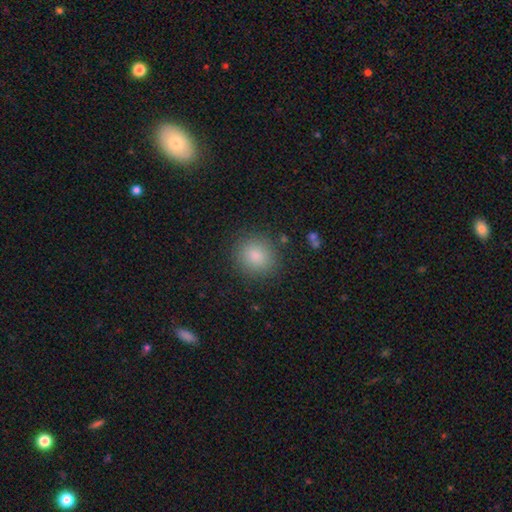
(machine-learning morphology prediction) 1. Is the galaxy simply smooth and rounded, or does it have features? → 85% smooth, 9% star or artifact, 6% featured or disk.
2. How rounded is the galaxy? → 86% round, 13% in between, 1% cigar-shaped.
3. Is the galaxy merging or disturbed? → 87% none, 8% minor disturbance, 3% major disturbance, 1% merger.